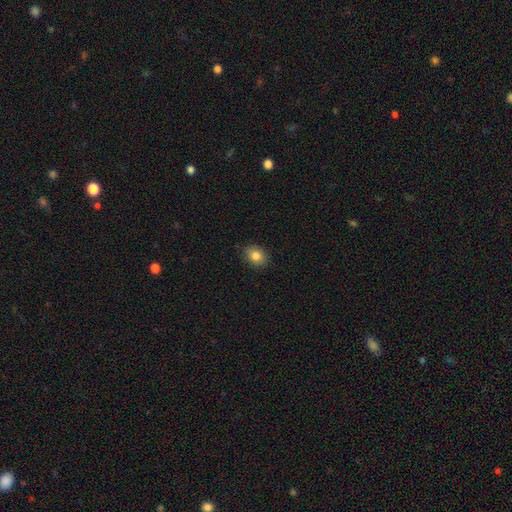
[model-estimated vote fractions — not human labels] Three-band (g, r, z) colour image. It shows a smooth galaxy with no disk features (84%) that is in between round and cigar-shaped (55%). Merging: none (88%).